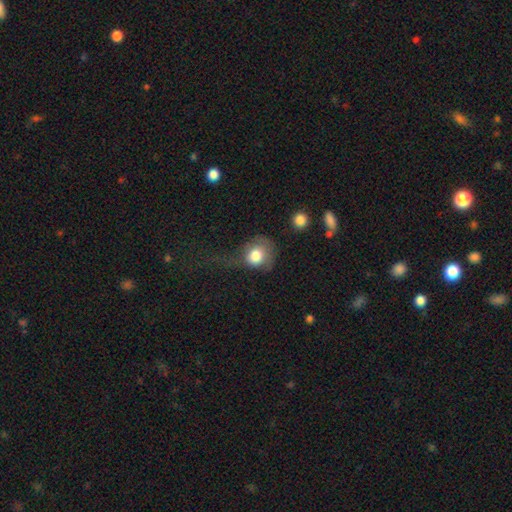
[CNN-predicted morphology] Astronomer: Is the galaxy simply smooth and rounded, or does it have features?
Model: smooth — 77%.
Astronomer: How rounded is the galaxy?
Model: round — 71%.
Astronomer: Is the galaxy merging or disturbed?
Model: major disturbance — 44% (runner-up: none, 28%).